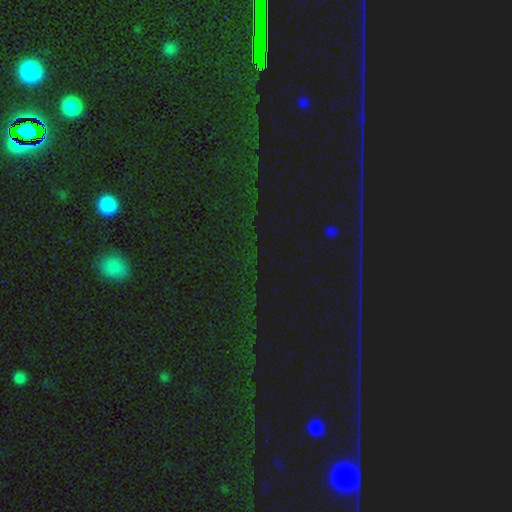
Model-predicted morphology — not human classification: A star or artifact, not a galaxy (79%).